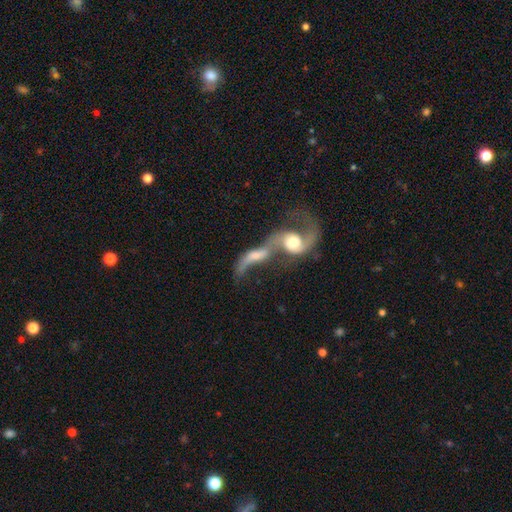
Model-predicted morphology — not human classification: smooth-or-featured: featured or disk: 68% | smooth: 25% | star or artifact: 7%
  disk-edge-on: no: 87% | yes: 13%
    bar: no: 56% | weak: 31% | strong: 13%
    has-spiral-arms: yes: 80% | no: 20%
    bulge-size: moderate: 55% | small: 19% | large: 17% | none: 7% | dominant: 3%
  merging: merger: 81% | none: 8% | major disturbance: 7% | minor disturbance: 4%